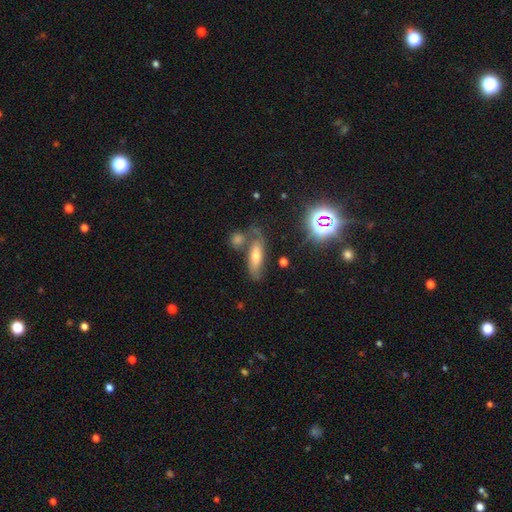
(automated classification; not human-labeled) This appears to be a smooth galaxy with no disk features (51%) that is in between round and cigar-shaped (56%). Merging: none (55%).